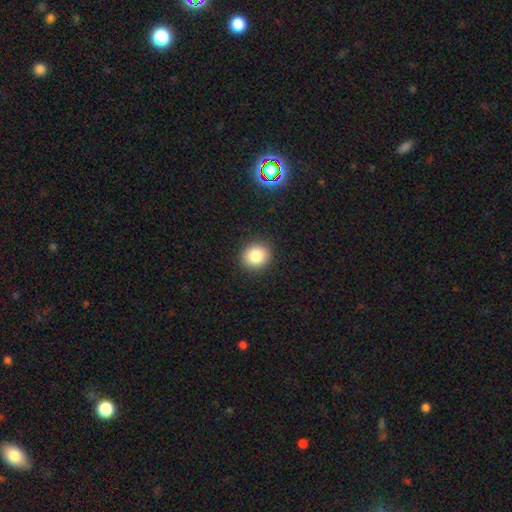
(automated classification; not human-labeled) Morphology: type=smooth (83%); roundness=round (86%); merging=none (91%).